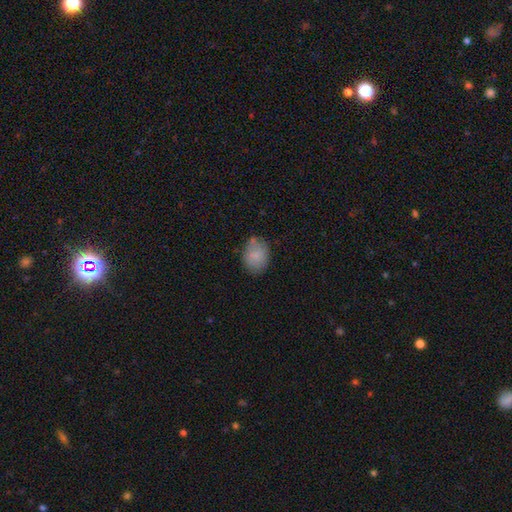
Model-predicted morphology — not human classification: A smooth galaxy with no disk features (84%) that is in between round and cigar-shaped (63%). Merging: none (72%).